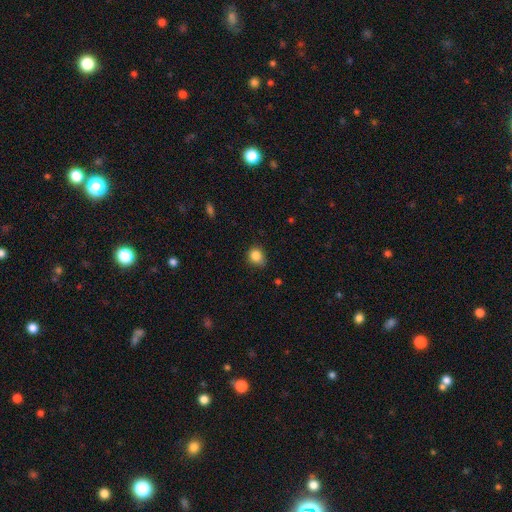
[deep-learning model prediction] A smooth galaxy with no disk features (85%) that is round (68%). Merging: none (68%).